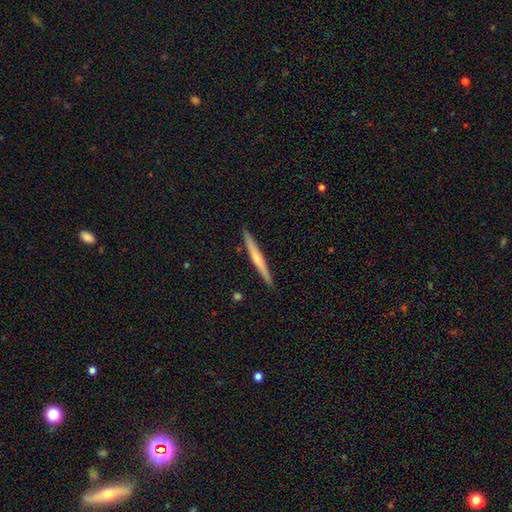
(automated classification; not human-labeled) featured or disk 55%, smooth 39%, star or artifact 5%. Down the decision tree: edge-on disk — yes (97%); edge-on bulge — rounded (50%); merging — none (92%).